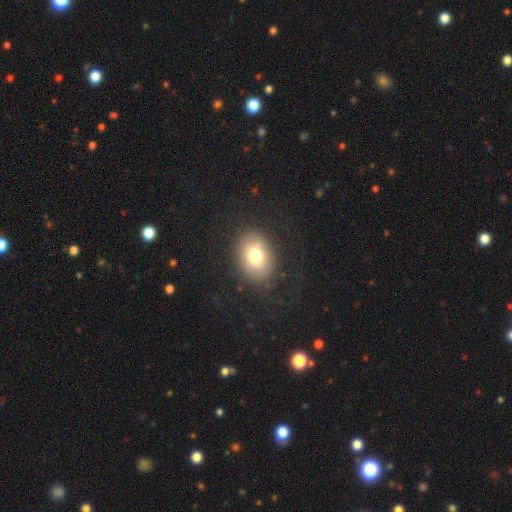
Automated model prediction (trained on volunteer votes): smooth 73%, star or artifact 14%, featured or disk 13%. Down the decision tree: how rounded — in between (63%); merging — none (86%).